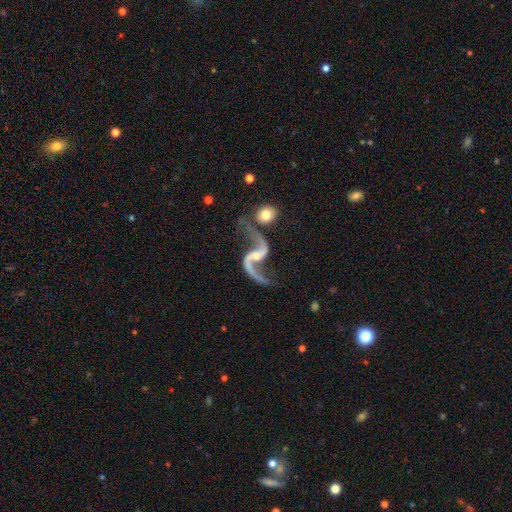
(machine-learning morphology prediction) Q: Smooth or featured?
A: featured or disk (91%); runner-up: star or artifact (6%)
Q: Edge-on disk?
A: no (96%); runner-up: yes (4%)
Q: Bar?
A: weak (40%); runner-up: no (35%)
Q: Spiral arms?
A: yes (97%); runner-up: no (3%)
Q: Spiral winding?
A: loose (88%); runner-up: medium (9%)
Q: Spiral arm count?
A: 2 (93%); runner-up: 1 (2%)
Q: Bulge size?
A: small (63%); runner-up: moderate (19%)
Q: Merging?
A: none (57%); runner-up: minor disturbance (16%)